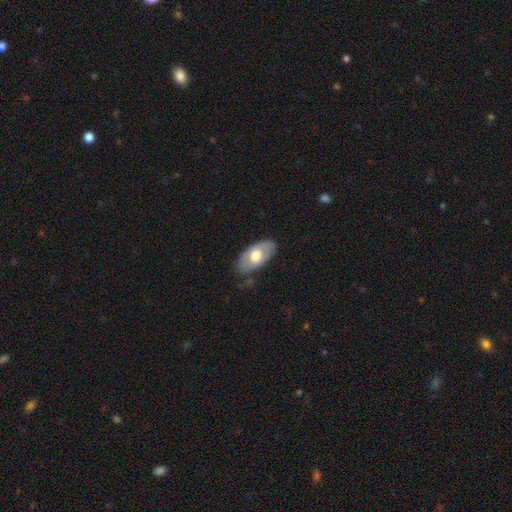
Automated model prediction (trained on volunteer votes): Smooth or featured? smooth (57%)
How rounded? in between (94%)
Merging? none (77%)